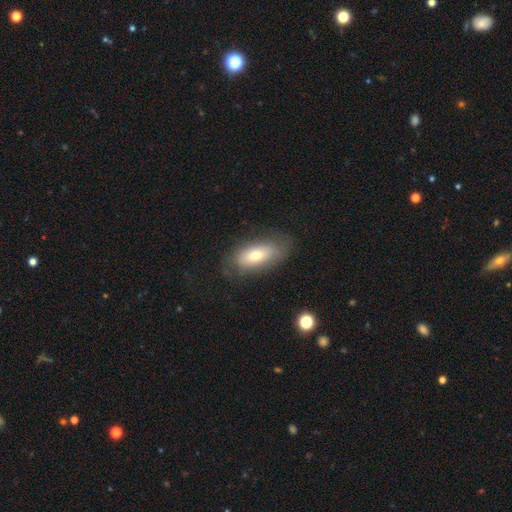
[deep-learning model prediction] Smooth or featured?
  - smooth: 66% *
  - featured or disk: 27%
  - star or artifact: 8%
How rounded?
  - in between: 84% *
  - cigar-shaped: 13%
  - round: 4%
Merging?
  - none: 74% *
  - minor disturbance: 18%
  - major disturbance: 7%
  - merger: 1%